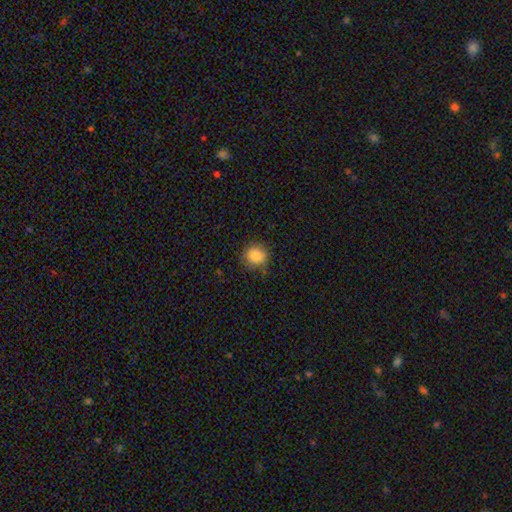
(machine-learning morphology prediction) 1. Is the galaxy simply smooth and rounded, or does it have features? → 84% smooth, 10% star or artifact, 7% featured or disk.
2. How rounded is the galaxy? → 82% round, 17% in between, 1% cigar-shaped.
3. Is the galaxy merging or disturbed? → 75% none, 19% minor disturbance, 5% major disturbance, 1% merger.